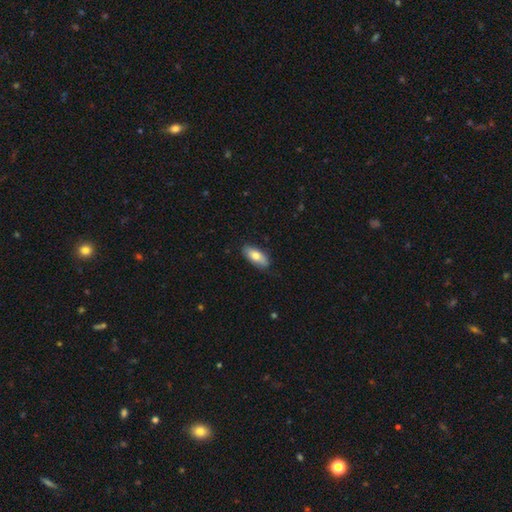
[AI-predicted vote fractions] Overall: smooth (77%). How rounded: in between (83%). Merging: none (83%).